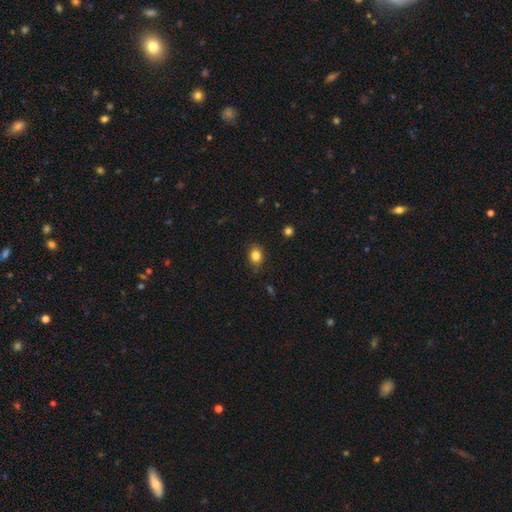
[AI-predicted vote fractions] Overall: smooth (83%). How rounded: round (53%; in between 46%). Merging: none (84%).